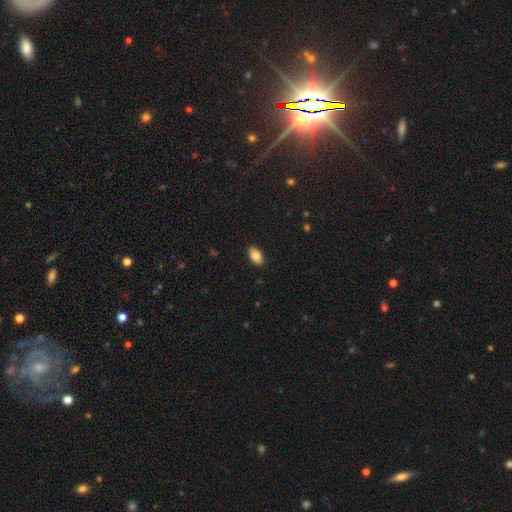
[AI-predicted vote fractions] Morphology: type=smooth (85%); roundness=in between (92%); merging=none (88%).